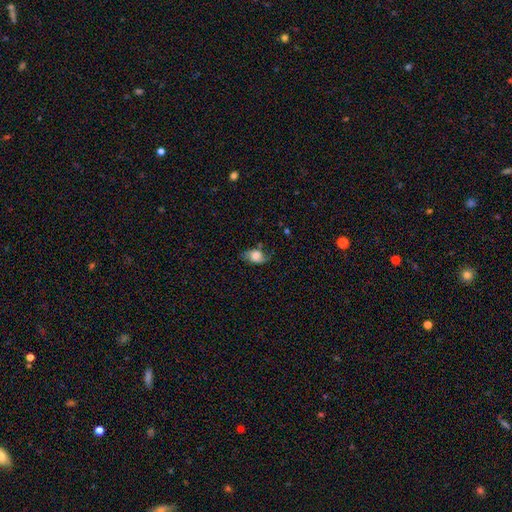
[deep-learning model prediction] This appears to be a smooth galaxy with no disk features (57%) that is in between round and cigar-shaped (80%). Merging: none (57%).